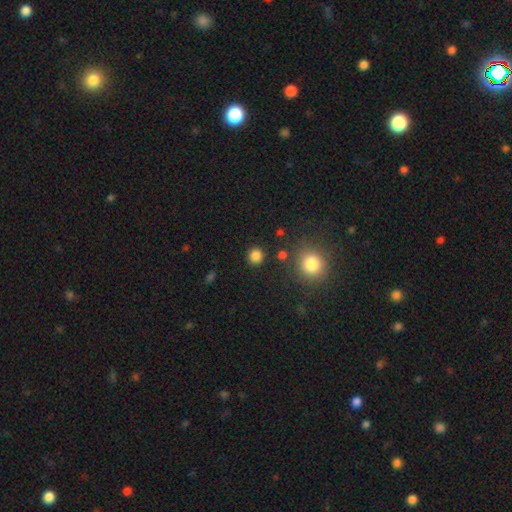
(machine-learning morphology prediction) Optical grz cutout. It shows a smooth galaxy with no disk features (84%) that is round (92%). Merging: none (88%).